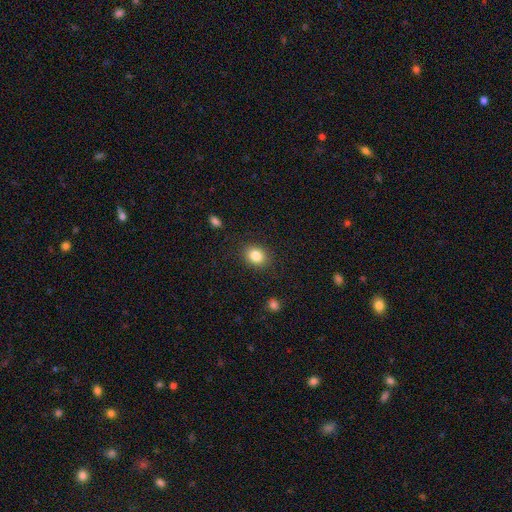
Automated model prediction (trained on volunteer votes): The model was most divided on "how rounded": round: 54%, in between: 45%, cigar-shaped: 1%. More confident: merging — none (87%); smooth or featured — smooth (84%).